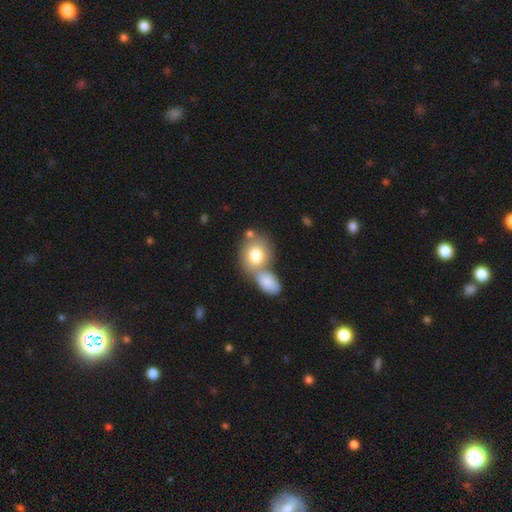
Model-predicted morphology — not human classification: Overall: smooth (75%). How rounded: round (52%; in between 47%). Merging: merger (48%; none 38%).